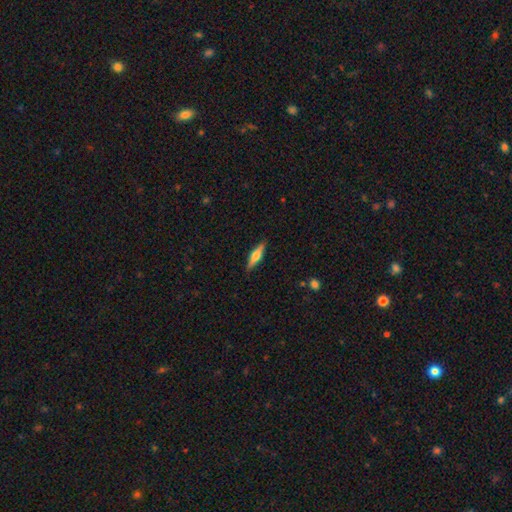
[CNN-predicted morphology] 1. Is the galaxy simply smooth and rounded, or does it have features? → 52% featured or disk, 42% smooth, 6% star or artifact.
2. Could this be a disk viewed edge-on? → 95% yes, 5% no.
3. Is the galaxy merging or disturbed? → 89% none, 8% minor disturbance, 2% major disturbance, 1% merger.